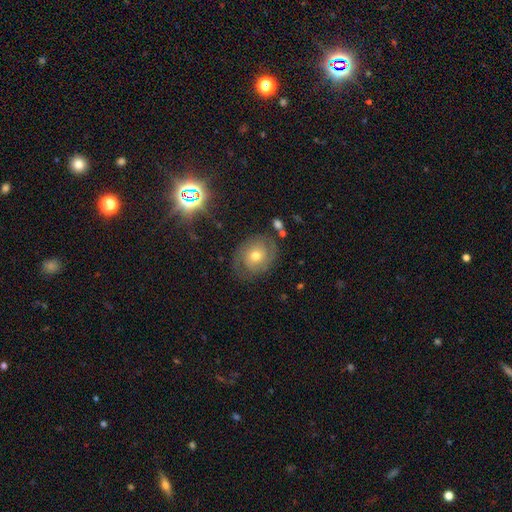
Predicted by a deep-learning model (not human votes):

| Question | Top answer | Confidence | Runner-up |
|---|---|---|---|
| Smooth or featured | featured or disk | 55% | smooth (33%) |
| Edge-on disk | no | 96% | yes (4%) |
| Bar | no | 77% | weak (19%) |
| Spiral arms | yes | 81% | no (19%) |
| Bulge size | moderate | 72% | small (21%) |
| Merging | none | 74% | minor disturbance (16%) |